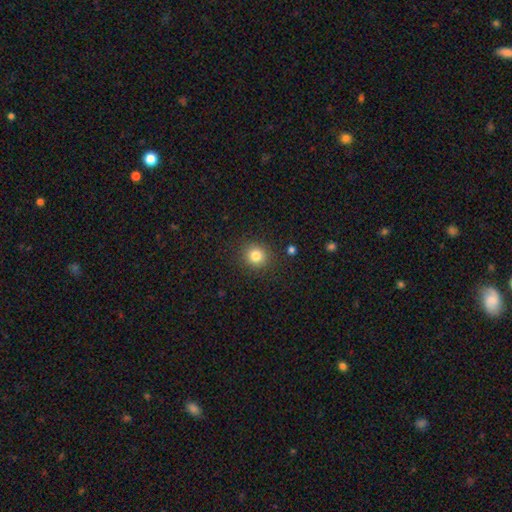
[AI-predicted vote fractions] Smooth or featured?
  - smooth: 82% *
  - star or artifact: 12%
  - featured or disk: 6%
How rounded?
  - round: 89% *
  - in between: 11%
  - cigar-shaped: 1%
Merging?
  - none: 89% *
  - minor disturbance: 7%
  - major disturbance: 3%
  - merger: 2%